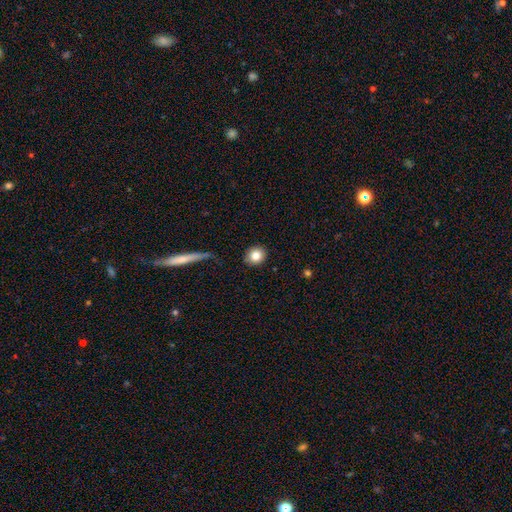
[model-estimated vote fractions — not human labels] Overall: smooth (82%). How rounded: round (84%). Merging: none (88%).